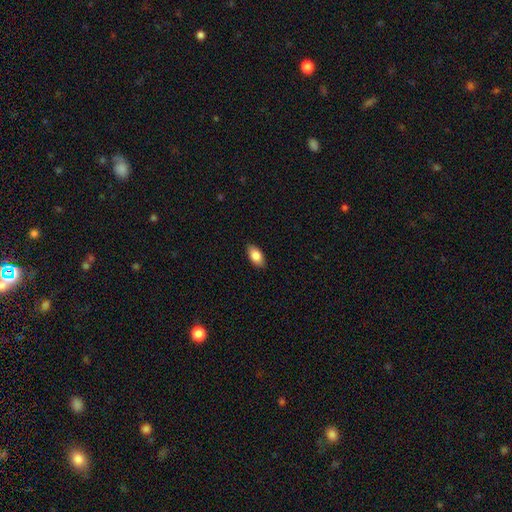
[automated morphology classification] Smooth or featured? Predicted: smooth (p=0.83). How rounded? Predicted: in between (p=0.92). Merging? Predicted: none (p=0.88).